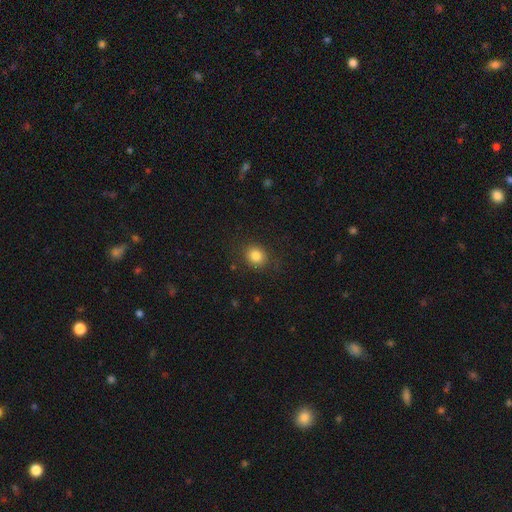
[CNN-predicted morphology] smooth 83%, star or artifact 11%, featured or disk 6%. Down the decision tree: how rounded — round (74%); merging — none (85%).